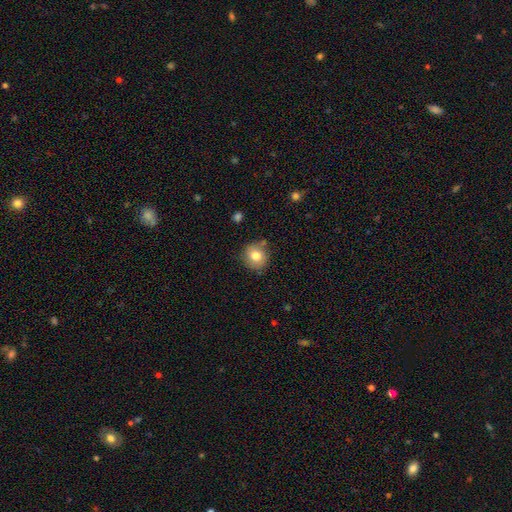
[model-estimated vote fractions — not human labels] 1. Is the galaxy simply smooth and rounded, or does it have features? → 79% smooth, 11% featured or disk, 10% star or artifact.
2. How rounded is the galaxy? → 84% round, 15% in between, 1% cigar-shaped.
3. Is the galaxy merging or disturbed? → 79% none, 14% minor disturbance, 4% merger, 3% major disturbance.